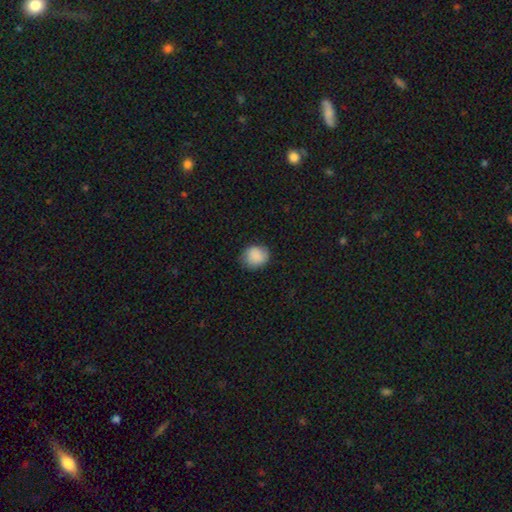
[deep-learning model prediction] Smooth or featured? smooth (88%)
How rounded? round (77%)
Merging? none (79%)